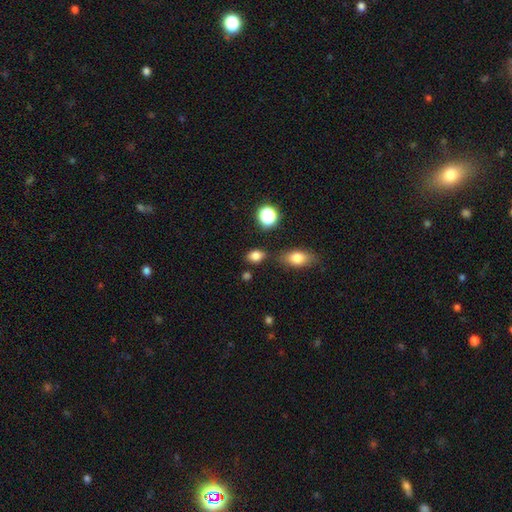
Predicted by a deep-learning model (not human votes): smooth-or-featured: smooth: 81% | star or artifact: 13% | featured or disk: 6%
  how-rounded: in between: 72% | round: 26% | cigar-shaped: 2%
  merging: none: 74% | minor disturbance: 15% | merger: 7% | major disturbance: 4%